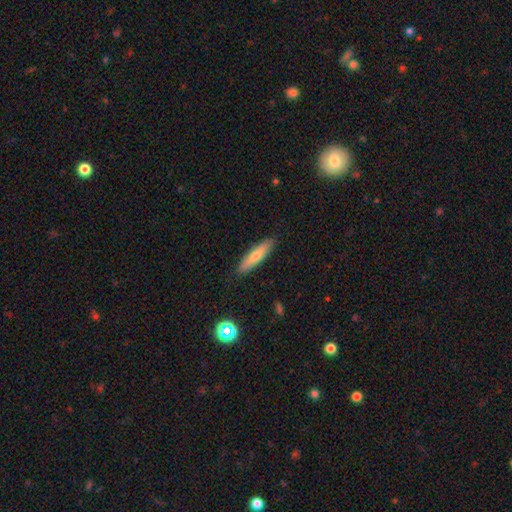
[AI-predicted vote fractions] Smooth or featured?
  - smooth: 66% *
  - featured or disk: 27%
  - star or artifact: 7%
How rounded?
  - cigar-shaped: 76% *
  - in between: 22%
  - round: 2%
Merging?
  - none: 88% *
  - minor disturbance: 9%
  - major disturbance: 2%
  - merger: 1%